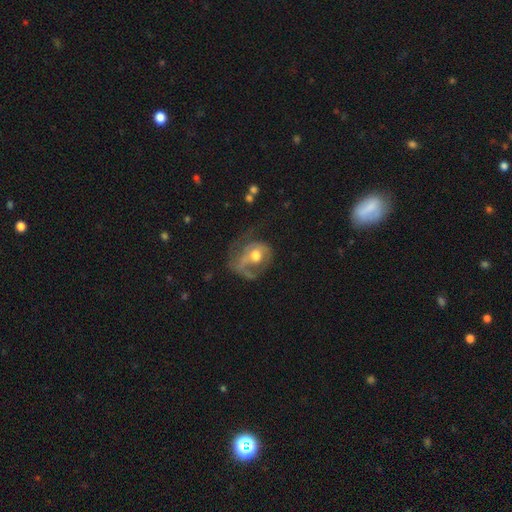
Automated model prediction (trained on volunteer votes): featured or disk 60%, smooth 33%, star or artifact 7%. Down the decision tree: edge-on disk — no (97%); bar — no (73%); spiral arms — yes (62%); bulge size — moderate (68%); merging — major disturbance (49%).